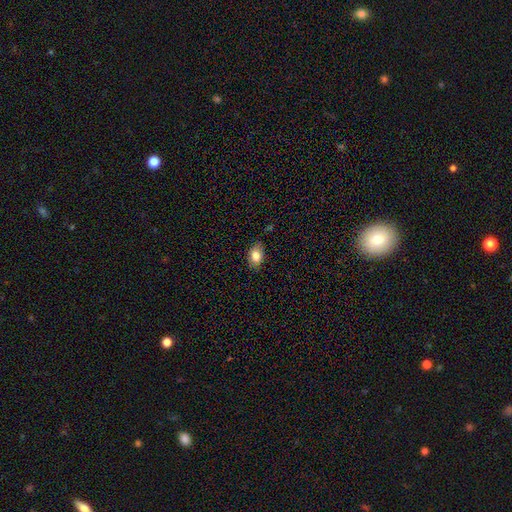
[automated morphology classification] Smooth or featured: smooth — 82% (featured or disk — 10%)
How rounded: in between — 86% (round — 12%)
Merging: none — 78% (minor disturbance — 17%)